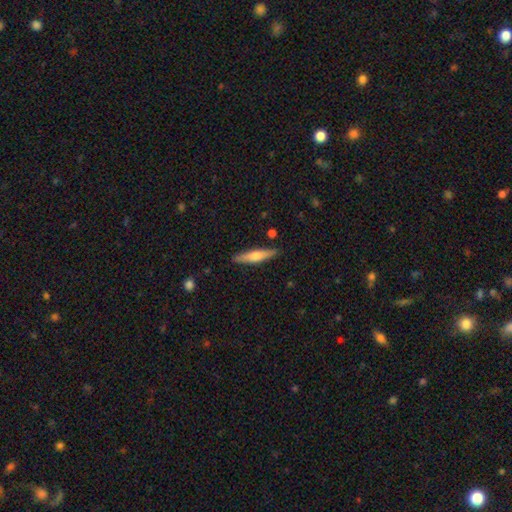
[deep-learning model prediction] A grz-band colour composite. It shows a smooth galaxy with no disk features (49%). Merging: none (88%).